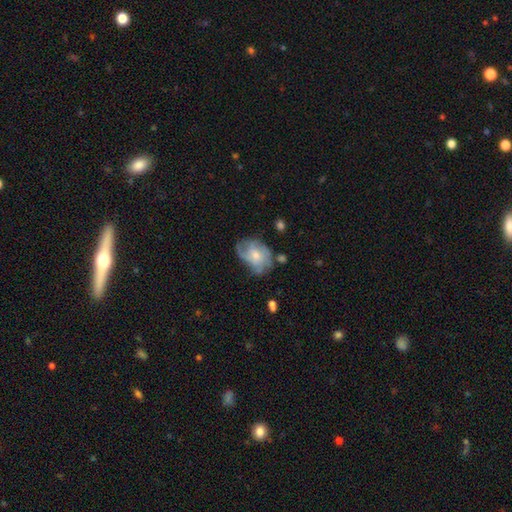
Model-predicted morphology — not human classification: Smooth or featured? featured or disk (56%)
Edge-on disk? no (97%)
Bar? no (72%)
Spiral arms? yes (70%)
Bulge size? small (51%)
Merging? none (46%)